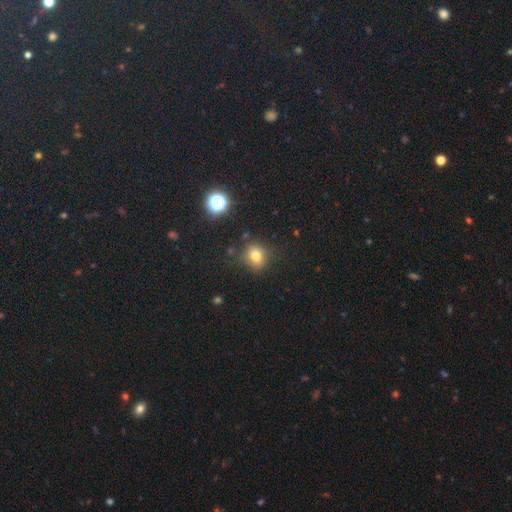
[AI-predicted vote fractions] A smooth galaxy with no disk features (74%) that is round (71%).

Vote fractions:
- Smooth or featured? smooth: 74% / star or artifact: 18% / featured or disk: 8%
- How rounded? round: 71% / in between: 27% / cigar-shaped: 1%
- Merging? none: 78% / minor disturbance: 14% / major disturbance: 5% / merger: 3%